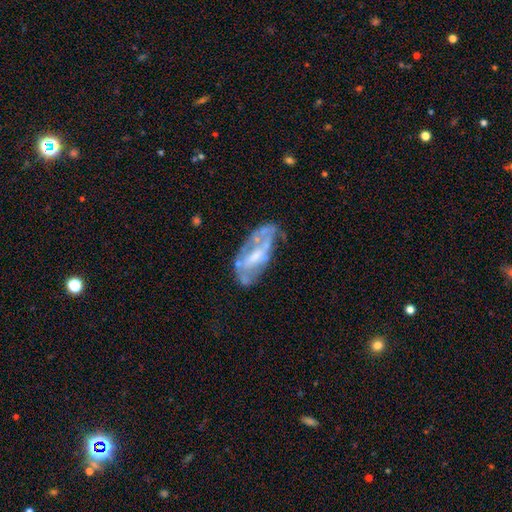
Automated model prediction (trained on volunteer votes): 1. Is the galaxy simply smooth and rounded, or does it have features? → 68% featured or disk, 25% smooth, 8% star or artifact.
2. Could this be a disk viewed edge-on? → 90% no, 10% yes.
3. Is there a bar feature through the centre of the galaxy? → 52% no, 34% weak, 14% strong.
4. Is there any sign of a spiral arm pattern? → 58% no, 42% yes.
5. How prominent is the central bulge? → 40% moderate, 34% small, 18% none, 6% large, 1% dominant.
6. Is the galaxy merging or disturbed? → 48% none, 26% minor disturbance, 19% major disturbance, 7% merger.